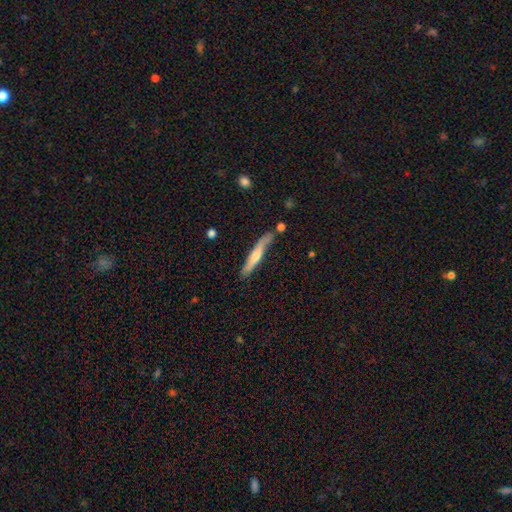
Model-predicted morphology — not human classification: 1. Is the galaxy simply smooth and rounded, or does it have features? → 51% featured or disk, 43% smooth, 6% star or artifact.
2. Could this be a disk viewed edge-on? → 91% yes, 9% no.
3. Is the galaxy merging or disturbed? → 77% none, 16% minor disturbance, 4% merger, 3% major disturbance.